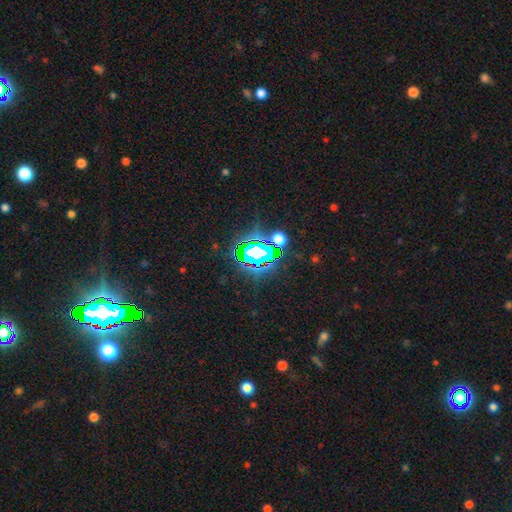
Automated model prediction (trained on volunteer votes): A star or artifact, not a galaxy (80%).